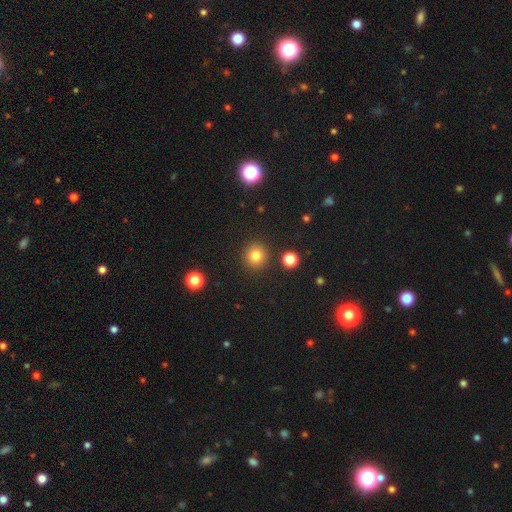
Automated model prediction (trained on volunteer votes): smooth-or-featured: smooth: 82% | star or artifact: 13% | featured or disk: 6%
  how-rounded: round: 92% | in between: 7% | cigar-shaped: 1%
  merging: none: 89% | minor disturbance: 6% | merger: 3% | major disturbance: 2%